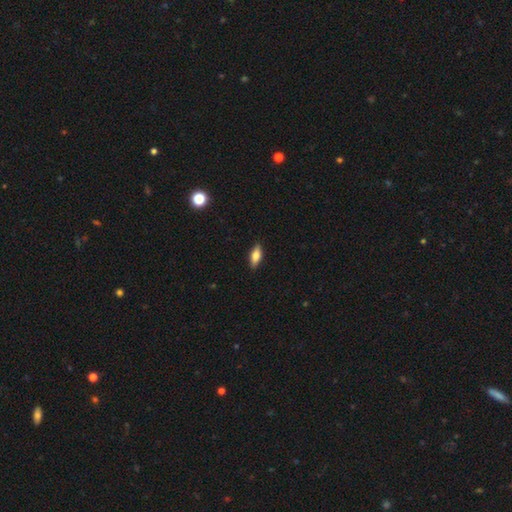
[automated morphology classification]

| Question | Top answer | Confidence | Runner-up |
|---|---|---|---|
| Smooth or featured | smooth | 71% | featured or disk (22%) |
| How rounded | in between | 74% | cigar-shaped (23%) |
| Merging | none | 88% | minor disturbance (9%) |